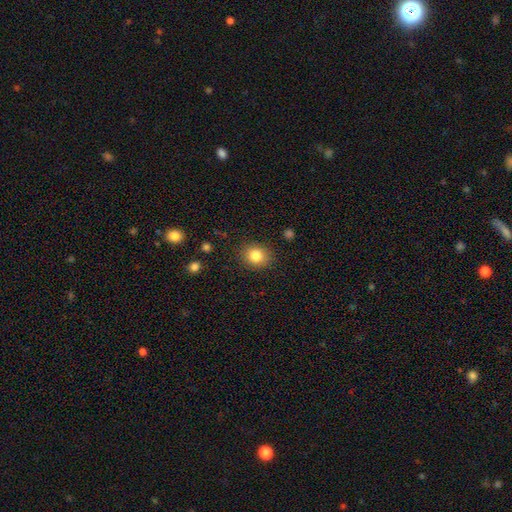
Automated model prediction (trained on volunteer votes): smooth-or-featured: smooth: 82% | star or artifact: 11% | featured or disk: 7%
  how-rounded: round: 73% | in between: 26% | cigar-shaped: 1%
  merging: none: 88% | minor disturbance: 9% | major disturbance: 3% | merger: 1%